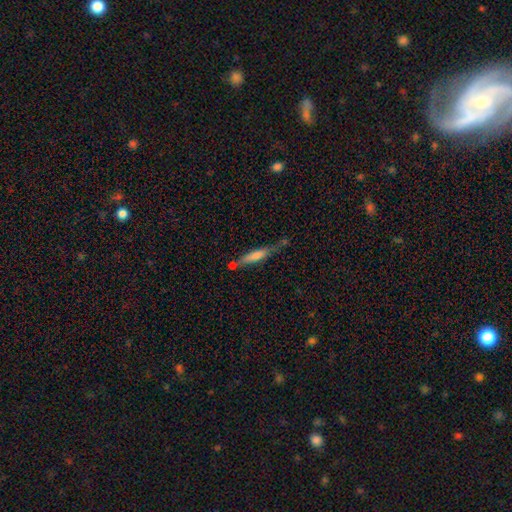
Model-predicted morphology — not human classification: A smooth galaxy with no disk features (59%) that is cigar-shaped (87%).

Vote fractions:
- Smooth or featured? smooth: 59% / featured or disk: 34% / star or artifact: 7%
- How rounded? cigar-shaped: 87% / in between: 12% / round: 2%
- Merging? none: 51% / minor disturbance: 23% / merger: 18% / major disturbance: 8%